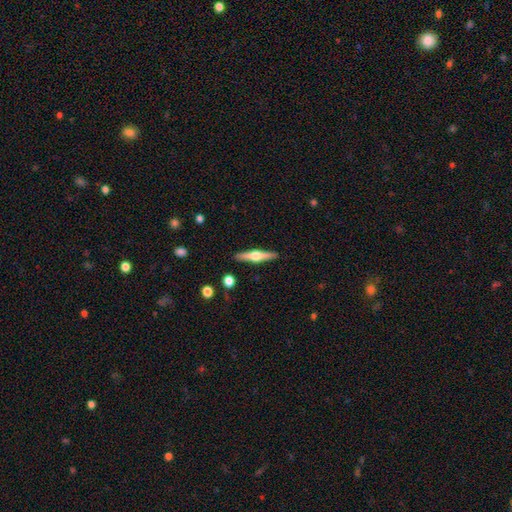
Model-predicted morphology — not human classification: Smooth or featured: featured or disk — 68% (smooth — 26%)
Edge-on disk: yes — 97% (no — 3%)
Edge-on bulge: rounded — 94% (boxy — 4%)
Merging: none — 91% (minor disturbance — 6%)